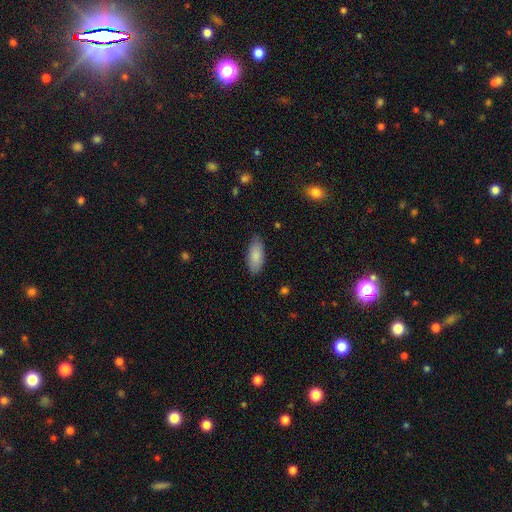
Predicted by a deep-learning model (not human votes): smooth-or-featured: smooth: 85% | featured or disk: 9% | star or artifact: 6%
  how-rounded: in between: 86% | cigar-shaped: 12% | round: 2%
  merging: none: 82% | minor disturbance: 14% | major disturbance: 3% | merger: 1%